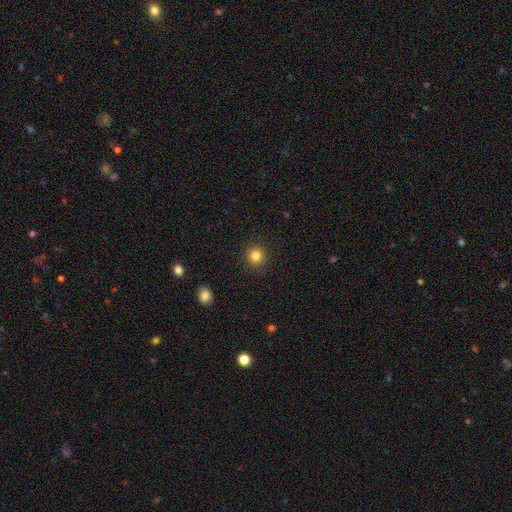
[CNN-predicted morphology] smooth_or_featured: smooth (p=0.84) [alt: star or artifact p=0.11]
how_rounded: round (p=0.94) [alt: in between p=0.05]
merging: none (p=0.92) [alt: minor disturbance p=0.05]